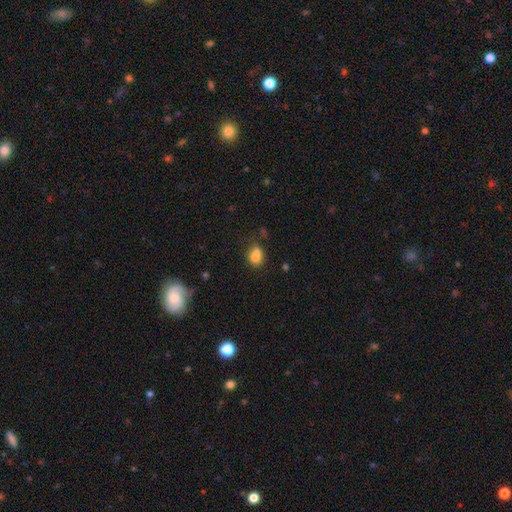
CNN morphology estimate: Overall: smooth (80%). How rounded: in between (65%; round 33%). Merging: none (50%; minor disturbance 23%).